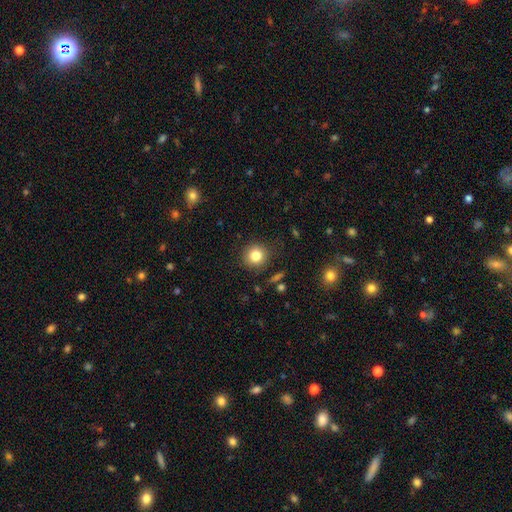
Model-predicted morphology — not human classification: Smooth or featured?
  - smooth: 82% *
  - star or artifact: 11%
  - featured or disk: 7%
How rounded?
  - round: 89% *
  - in between: 10%
  - cigar-shaped: 1%
Merging?
  - none: 87% *
  - minor disturbance: 9%
  - major disturbance: 3%
  - merger: 2%